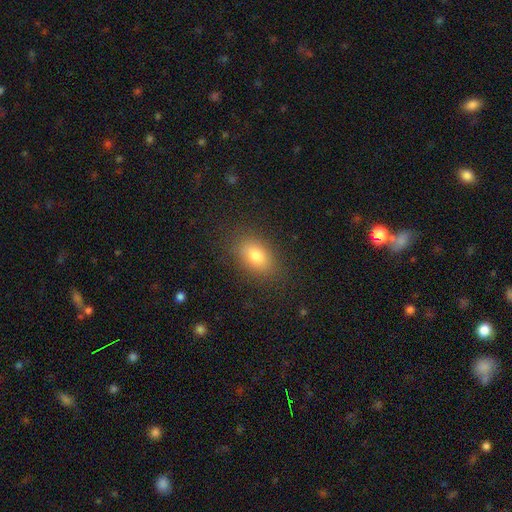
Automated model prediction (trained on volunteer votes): This is likely a smooth galaxy (80%). How rounded: clearly in between (84%). Merging: clearly none (84%).